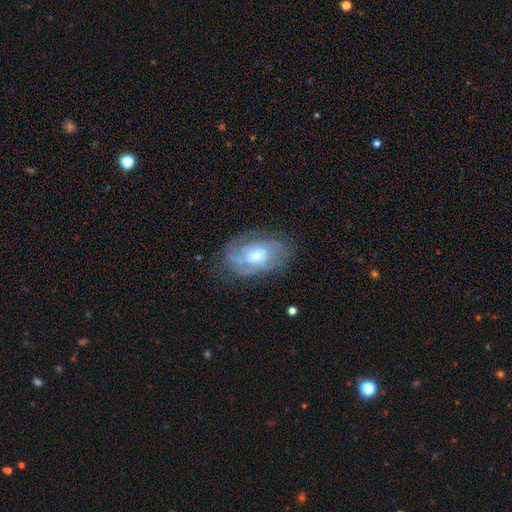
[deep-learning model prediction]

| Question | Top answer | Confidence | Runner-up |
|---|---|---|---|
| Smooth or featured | featured or disk | 68% | smooth (25%) |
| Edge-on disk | no | 95% | yes (5%) |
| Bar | no | 72% | weak (24%) |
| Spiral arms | yes | 70% | no (30%) |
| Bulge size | moderate | 61% | small (23%) |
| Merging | none | 63% | minor disturbance (23%) |